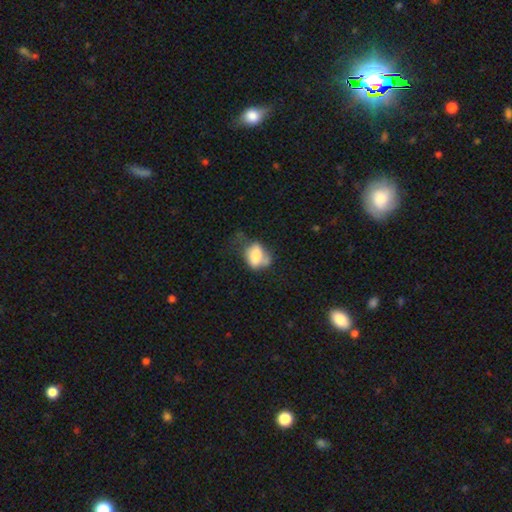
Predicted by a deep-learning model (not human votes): This is likely a smooth galaxy (70%). How rounded: likely in between (78%). Merging: marginally minor disturbance (30%).